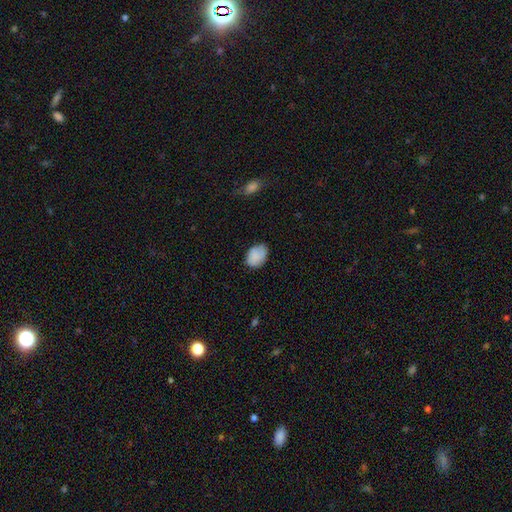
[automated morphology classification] A smooth galaxy with no disk features (86%) that is in between round and cigar-shaped (78%).

Vote fractions:
- Smooth or featured? smooth: 86% / star or artifact: 7% / featured or disk: 6%
- How rounded? in between: 78% / round: 21% / cigar-shaped: 1%
- Merging? none: 73% / minor disturbance: 22% / major disturbance: 4% / merger: 1%